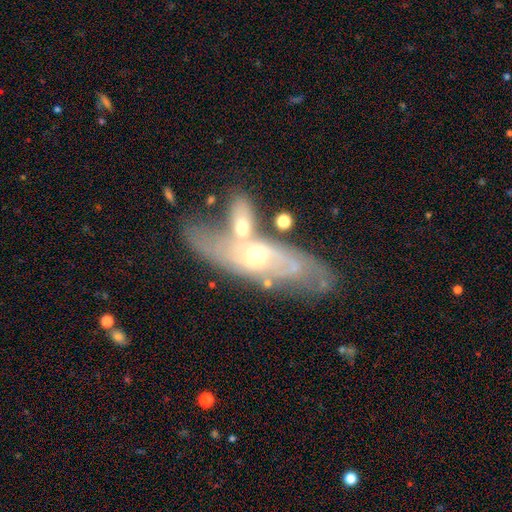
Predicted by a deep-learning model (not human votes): A featured or disk galaxy (74%) with no bar (69%), spiral arms (75%) and a small central bulge (51%).

Vote fractions:
- Smooth or featured? featured or disk: 74% / smooth: 19% / star or artifact: 7%
- Edge-on disk? no: 82% / yes: 18%
- Bar? no: 69% / weak: 24% / strong: 7%
- Spiral arms? yes: 75% / no: 25%
- Bulge size? small: 51% / moderate: 44% / large: 2% / none: 2% / dominant: 1%
- Merging? none: 39% / merger: 36% / minor disturbance: 16% / major disturbance: 10%